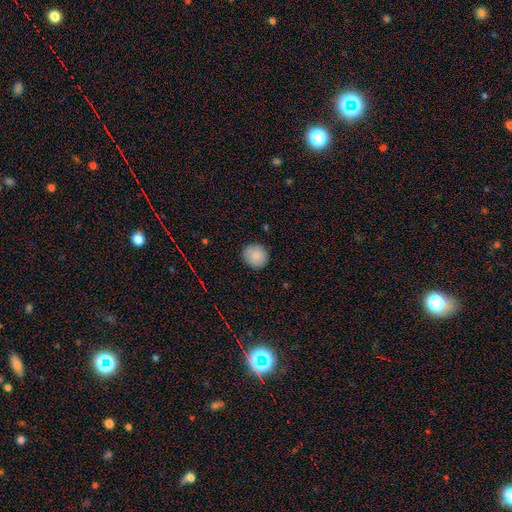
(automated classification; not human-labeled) smooth 87%, star or artifact 8%, featured or disk 5%. Down the decision tree: how rounded — round (92%); merging — none (89%).